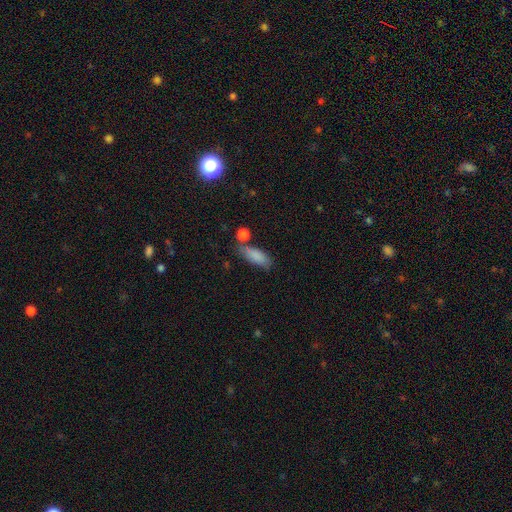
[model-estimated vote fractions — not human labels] Overall: smooth (82%). How rounded: in between (78%). Merging: none (54%; minor disturbance 23%).